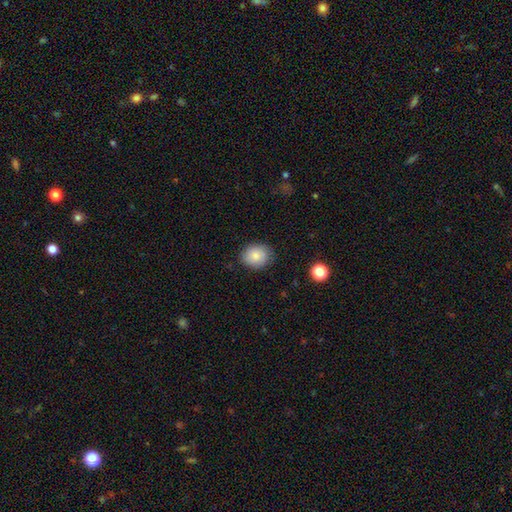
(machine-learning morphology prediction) A smooth galaxy with no disk features (84%) that is round (64%). Merging: none (83%).